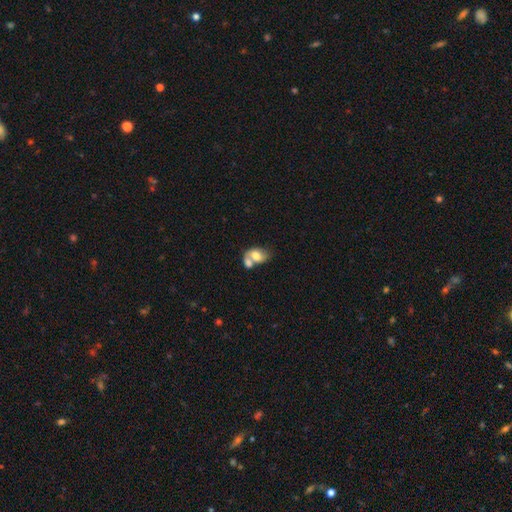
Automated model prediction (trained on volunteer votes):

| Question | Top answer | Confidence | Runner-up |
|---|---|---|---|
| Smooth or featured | smooth | 65% | featured or disk (28%) |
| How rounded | in between | 80% | round (18%) |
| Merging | merger | 61% | none (22%) |